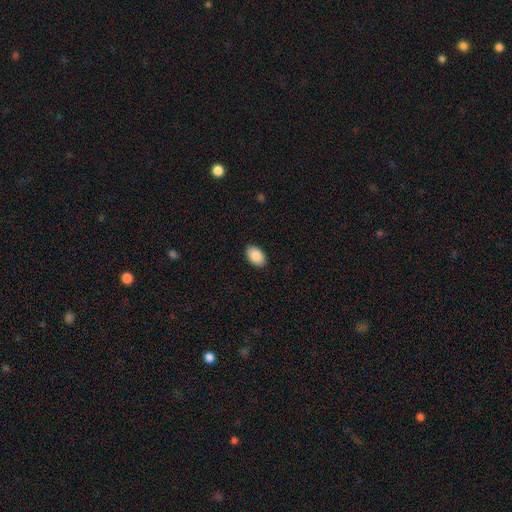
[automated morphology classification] smooth 88%, star or artifact 7%, featured or disk 5%. Down the decision tree: how rounded — in between (91%); merging — none (90%).